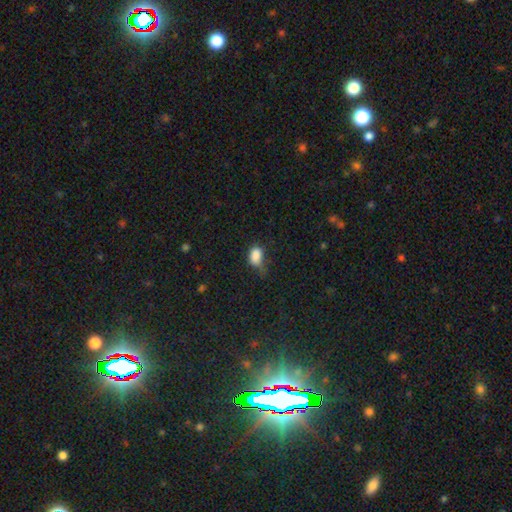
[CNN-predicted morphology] Smooth or featured? Predicted: smooth (p=0.85). How rounded? Predicted: in between (p=0.83). Merging? Predicted: minor disturbance (p=0.39).